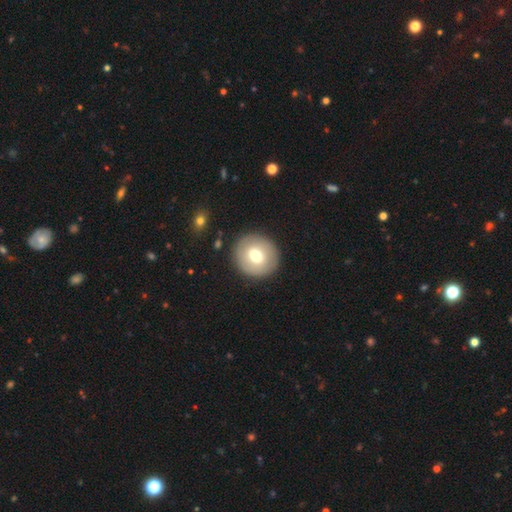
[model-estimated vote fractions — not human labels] Smooth or featured? Predicted: smooth (p=0.68). How rounded? Predicted: round (p=0.88). Merging? Predicted: none (p=0.89).